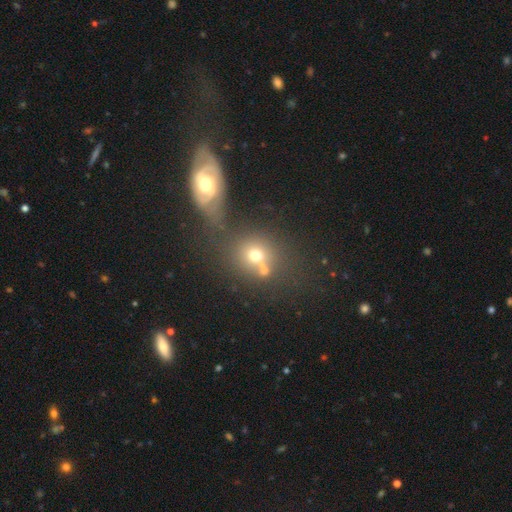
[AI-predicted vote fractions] Morphology: type=smooth (61%); roundness=round (73%); merging=none (43%).